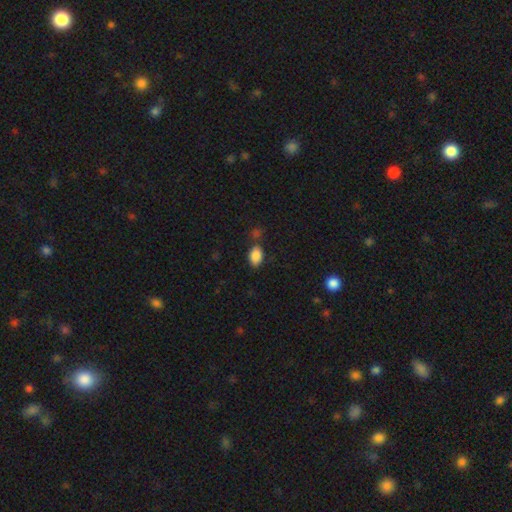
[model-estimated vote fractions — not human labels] Morphology: type=smooth (87%); roundness=in between (86%); merging=none (71%).